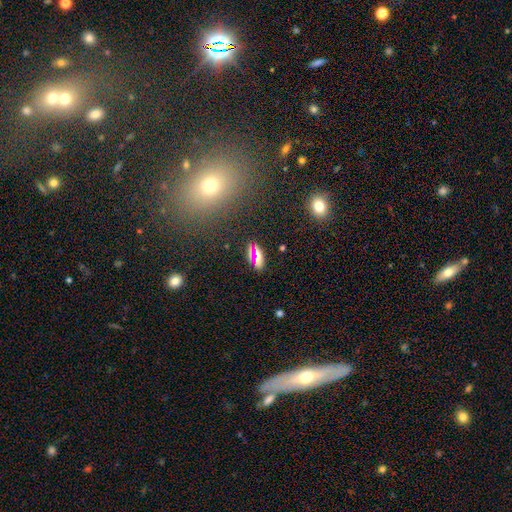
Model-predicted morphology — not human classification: smooth 58%, star or artifact 26%, featured or disk 16%. Down the decision tree: how rounded — in between (72%); merging — none (82%).